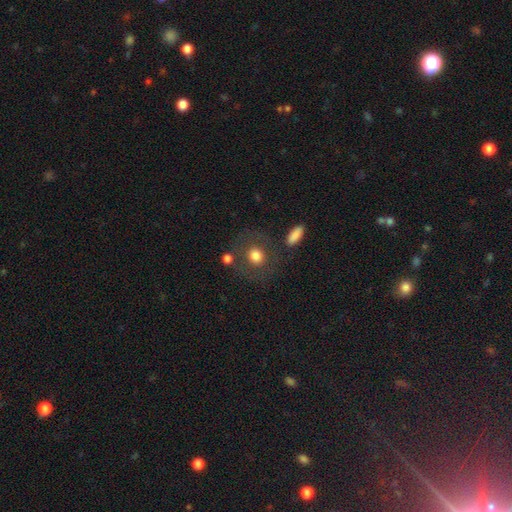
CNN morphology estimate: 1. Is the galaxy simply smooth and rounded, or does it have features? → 73% smooth, 17% featured or disk, 10% star or artifact.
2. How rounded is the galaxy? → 79% round, 19% in between, 1% cigar-shaped.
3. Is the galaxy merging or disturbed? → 75% none, 11% minor disturbance, 7% major disturbance, 6% merger.